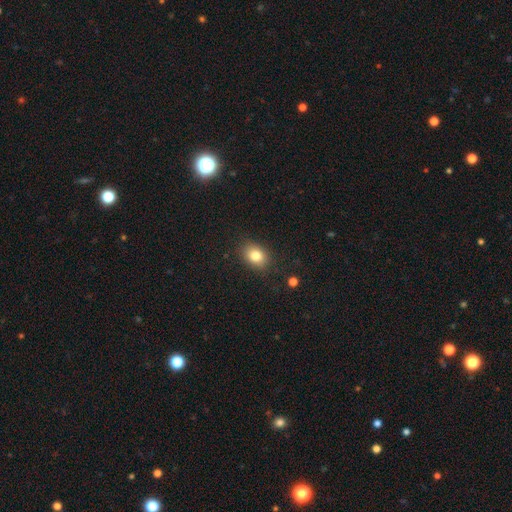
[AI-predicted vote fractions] Smooth or featured? Predicted: smooth (p=0.82). How rounded? Predicted: in between (p=0.61). Merging? Predicted: none (p=0.85).